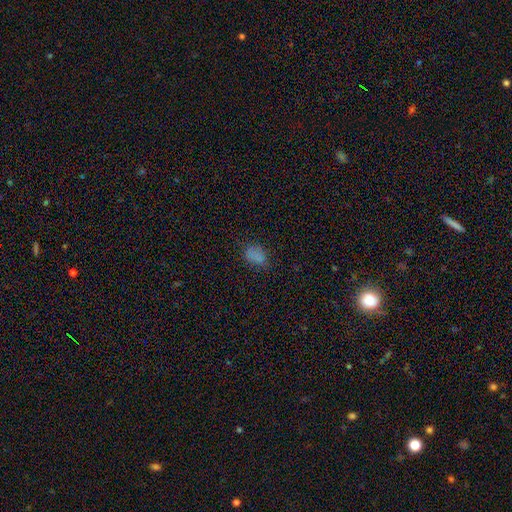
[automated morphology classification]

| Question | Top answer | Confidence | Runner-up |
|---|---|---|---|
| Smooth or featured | smooth | 72% | star or artifact (19%) |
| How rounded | in between | 72% | round (26%) |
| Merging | none | 60% | minor disturbance (26%) |